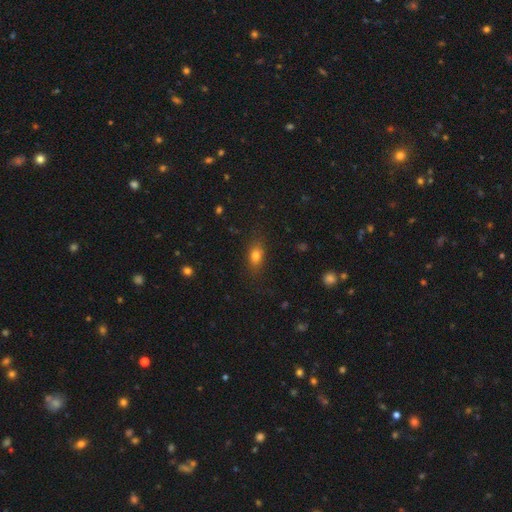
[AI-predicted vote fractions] Q: Smooth or featured?
A: smooth (79%); runner-up: star or artifact (11%)
Q: How rounded?
A: in between (75%); runner-up: round (19%)
Q: Merging?
A: none (81%); runner-up: minor disturbance (13%)